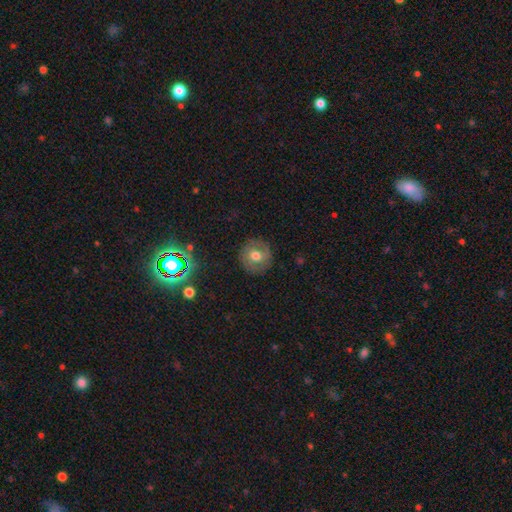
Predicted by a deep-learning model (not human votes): Morphology: type=smooth (62%); roundness=round (92%); merging=none (87%).